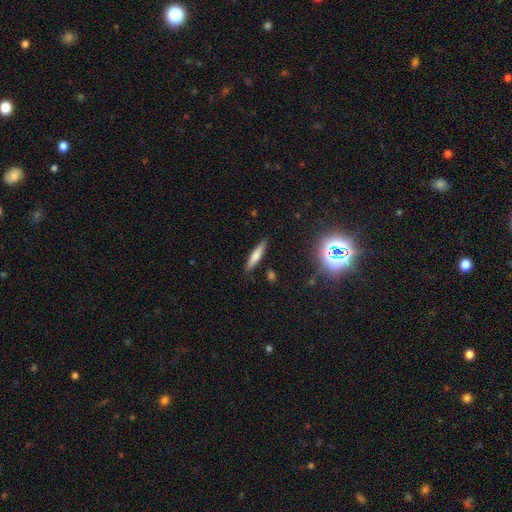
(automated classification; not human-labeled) The model was most divided on "smooth or featured": smooth: 66%, featured or disk: 25%, star or artifact: 9%. More confident: merging — none (87%); how rounded — cigar-shaped (86%).